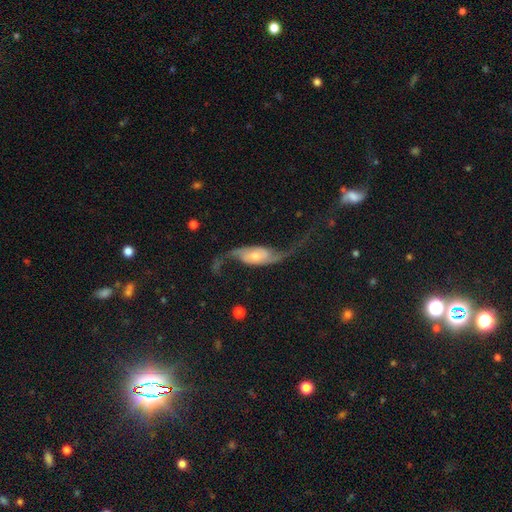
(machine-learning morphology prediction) A featured or disk galaxy (86%) with no bar (53%), 2 (93%) loose (88%) spiral arms (96%) and a moderate central bulge (43%).

Vote fractions:
- Smooth or featured? featured or disk: 86% / smooth: 9% / star or artifact: 5%
- Edge-on disk? no: 92% / yes: 8%
- Bar? no: 53% / weak: 32% / strong: 14%
- Spiral arms? yes: 96% / no: 4%
- Spiral winding? loose: 88% / medium: 9% / tight: 3%
- Spiral arm count? 2: 93% / 1: 2% / can't tell: 2% / 3: 1% / 4: 1% / more than 4: 1%
- Bulge size? moderate: 43% / small: 41% / large: 8% / none: 5% / dominant: 3%
- Merging? none: 57% / major disturbance: 23% / minor disturbance: 16% / merger: 4%